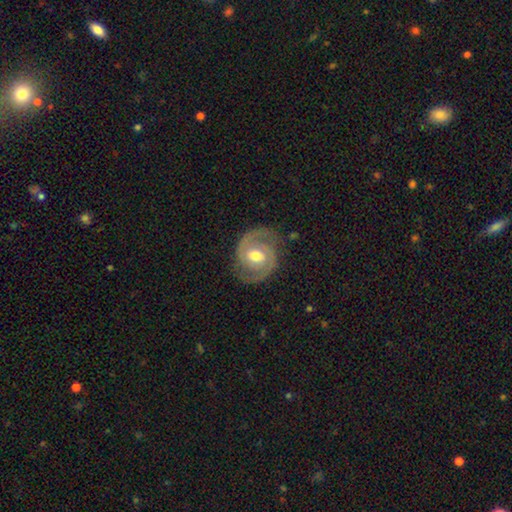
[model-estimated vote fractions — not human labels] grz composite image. It shows a featured or disk galaxy (87%) with a weak bar (44%, tied with no), 2 (92%) tight (47%) spiral arms (96%) and a moderate central bulge (78%). Merging: none (81%).